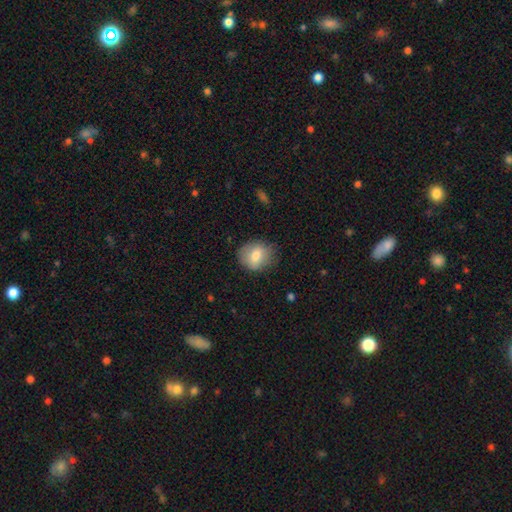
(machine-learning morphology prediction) A smooth galaxy with no disk features (74%) that is round (66%). Merging: none (78%).